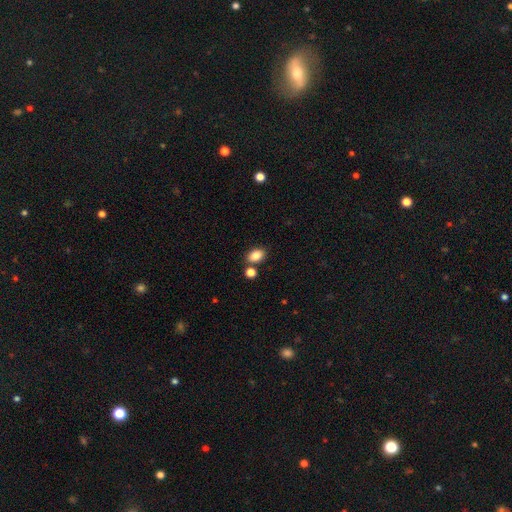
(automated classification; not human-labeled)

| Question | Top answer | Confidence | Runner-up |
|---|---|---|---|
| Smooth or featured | smooth | 85% | star or artifact (10%) |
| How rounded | in between | 73% | round (26%) |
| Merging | none | 75% | merger (12%) |